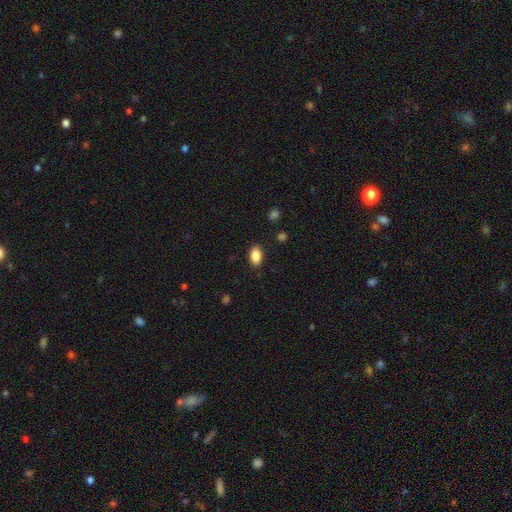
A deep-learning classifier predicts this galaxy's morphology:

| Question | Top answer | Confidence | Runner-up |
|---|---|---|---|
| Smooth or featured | smooth | 88% | star or artifact (8%) |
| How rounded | in between | 90% | round (8%) |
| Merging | none | 87% | minor disturbance (9%) |